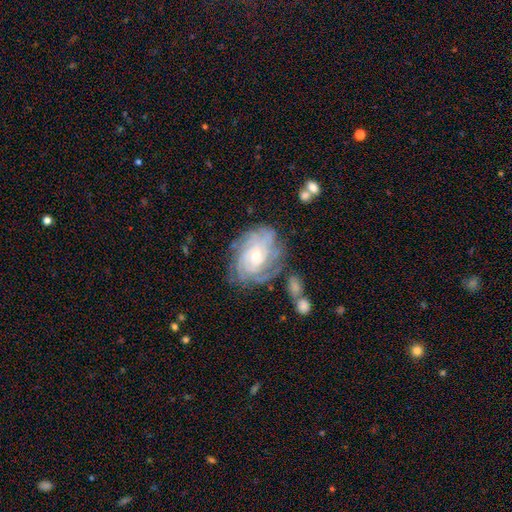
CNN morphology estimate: This is clearly a featured or disk galaxy (86%). It is clearly not viewed edge-on (97%). Bar: likely no (62%). Spiral arm pattern: clearly yes (96%). Spiral arm count: marginally can't tell (35%). Spiral winding: likely tight (77%). Central bulge: possibly small (52%). Merging: likely none (68%).